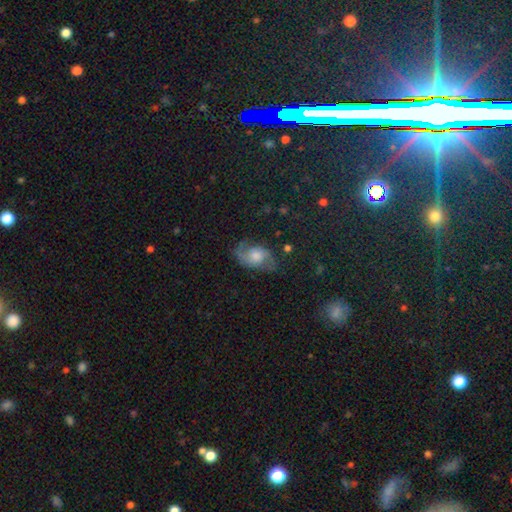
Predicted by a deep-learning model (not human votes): Smooth or featured? Predicted: featured or disk (p=0.67). Edge-on disk? Predicted: no (p=0.96). Bar? Predicted: no (p=0.66). Spiral arms? Predicted: yes (p=0.91). Spiral winding? Predicted: medium (p=0.48). Spiral arm count? Predicted: 2 (p=0.87). Bulge size? Predicted: moderate (p=0.44). Merging? Predicted: none (p=0.69).